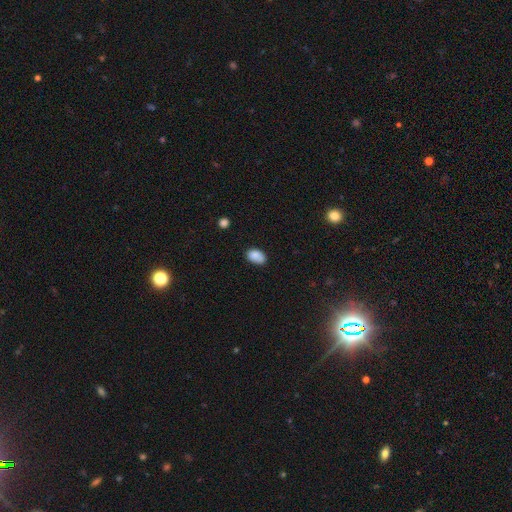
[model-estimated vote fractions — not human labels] Smooth or featured? smooth (86%)
How rounded? in between (90%)
Merging? none (71%)